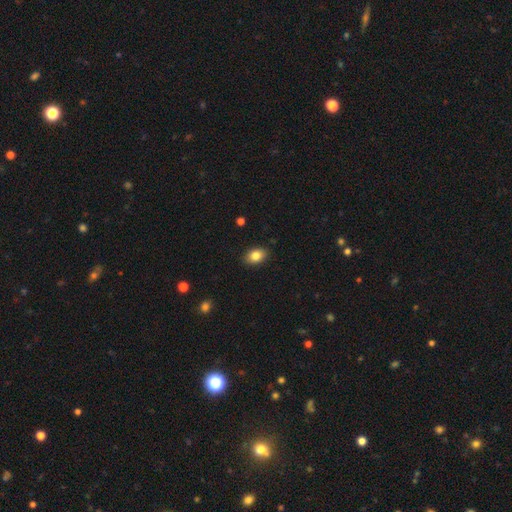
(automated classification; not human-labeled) Smooth or featured? smooth (83%)
How rounded? in between (82%)
Merging? none (88%)